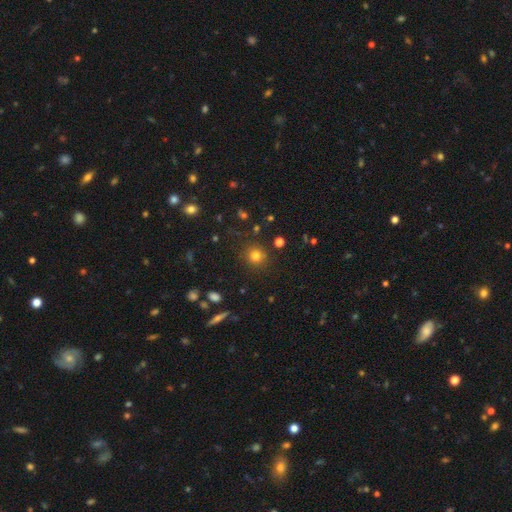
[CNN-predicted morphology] Smooth or featured? smooth (77%)
How rounded? round (90%)
Merging? none (85%)